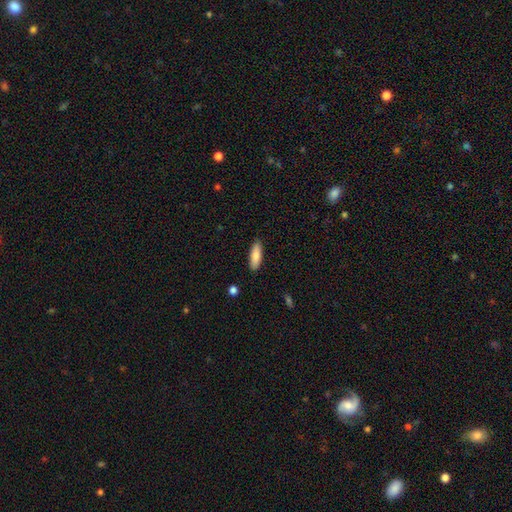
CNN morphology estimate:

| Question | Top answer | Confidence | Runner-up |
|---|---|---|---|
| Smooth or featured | smooth | 85% | featured or disk (9%) |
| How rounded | in between | 56% | cigar-shaped (42%) |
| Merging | none | 89% | minor disturbance (8%) |